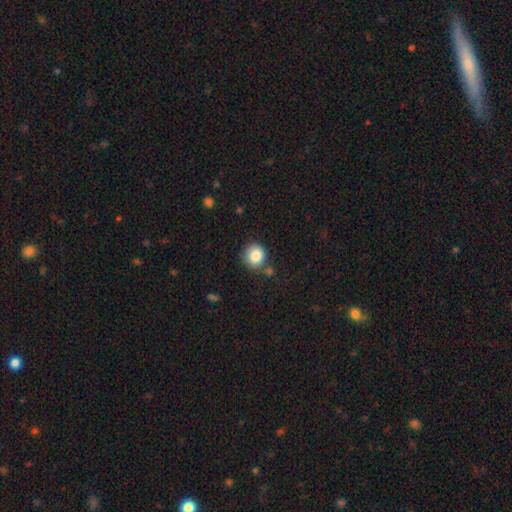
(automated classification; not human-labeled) Overall: smooth (85%). How rounded: round (90%). Merging: none (77%).